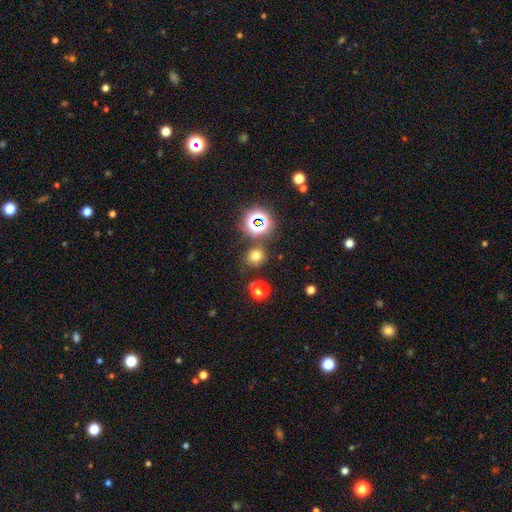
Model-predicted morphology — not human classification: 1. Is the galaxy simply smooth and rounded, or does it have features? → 66% smooth, 27% star or artifact, 7% featured or disk.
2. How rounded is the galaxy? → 82% round, 17% in between, 1% cigar-shaped.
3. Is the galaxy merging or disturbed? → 81% none, 9% minor disturbance, 6% merger, 4% major disturbance.